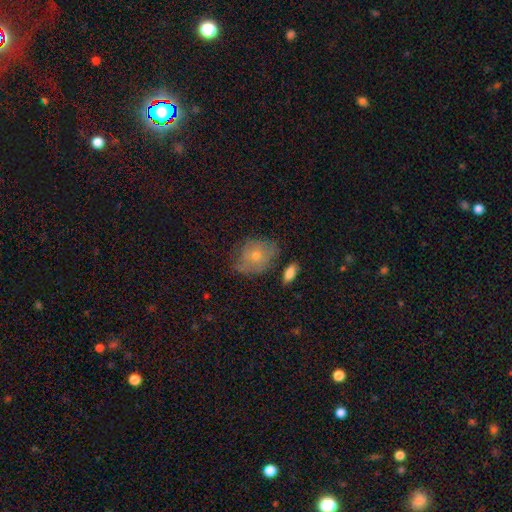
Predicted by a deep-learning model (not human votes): Smooth or featured? Predicted: smooth (p=0.53). How rounded? Predicted: in between (p=0.52). Merging? Predicted: none (p=0.56).